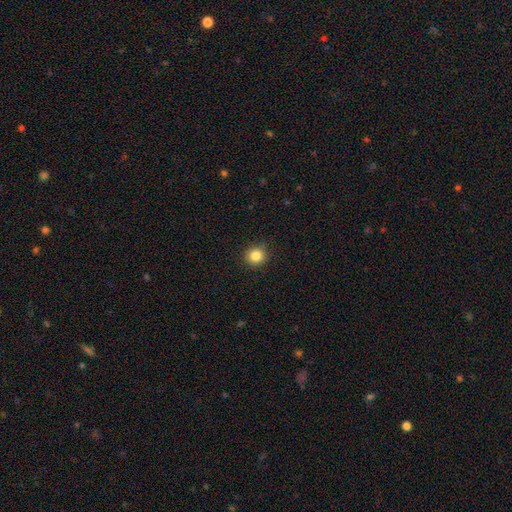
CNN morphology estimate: This appears to be a smooth galaxy with no disk features (85%) that is round (92%). Merging: none (90%).